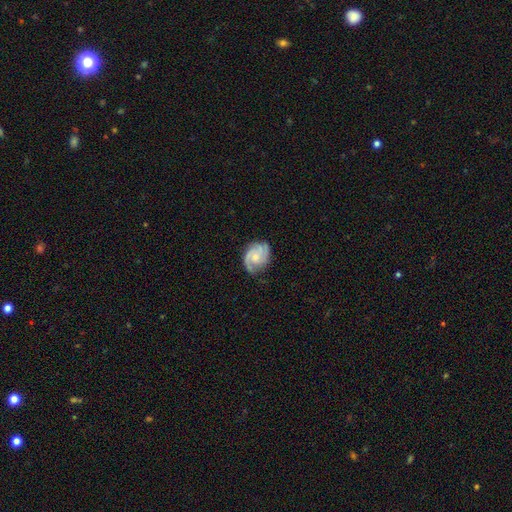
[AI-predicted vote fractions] featured or disk 83%, smooth 12%, star or artifact 5%. Down the decision tree: edge-on disk — no (98%); bar — no (66%); spiral arms — yes (97%); spiral arm count — 2 (44%); spiral winding — tight (47%); bulge size — small (48%); merging — none (74%).